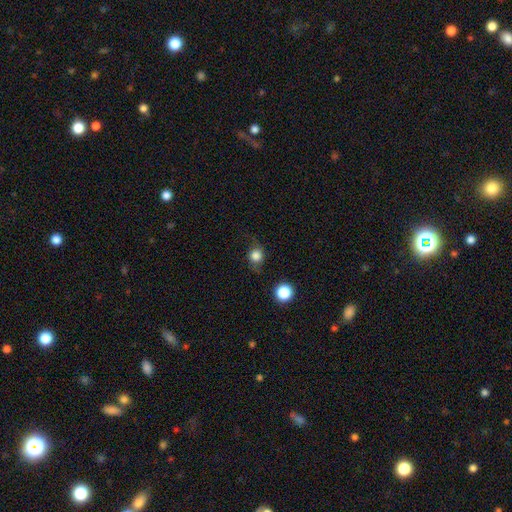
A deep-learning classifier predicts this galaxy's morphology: The model was most divided on "merging": none: 68%, minor disturbance: 21%, major disturbance: 9%, merger: 2%. More confident: smooth or featured — smooth (80%); how rounded — round (77%).